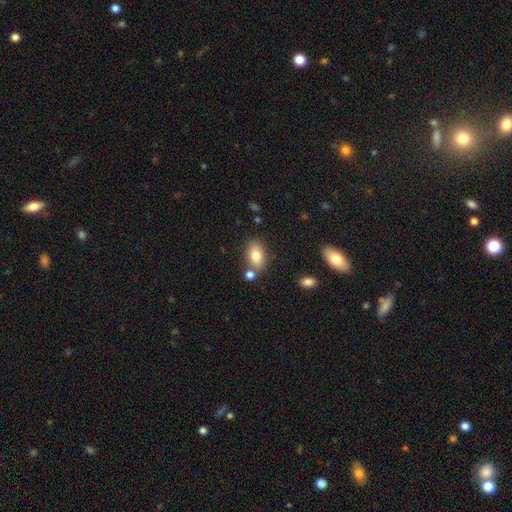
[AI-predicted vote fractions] Smooth or featured: smooth — 79% (featured or disk — 12%)
How rounded: in between — 88% (round — 10%)
Merging: none — 71% (merger — 13%)